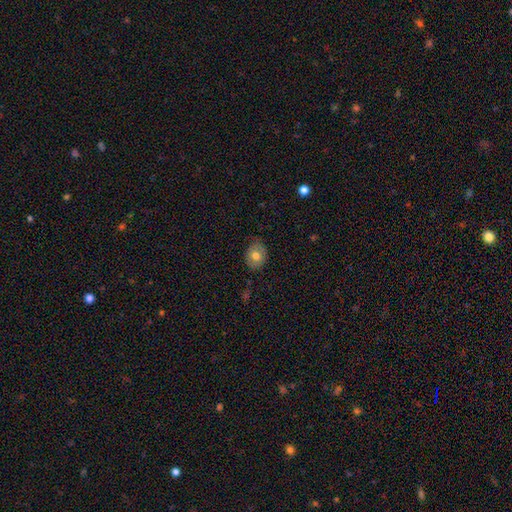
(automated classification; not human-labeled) A smooth galaxy with no disk features (67%) that is round (55%). Merging: none (75%).